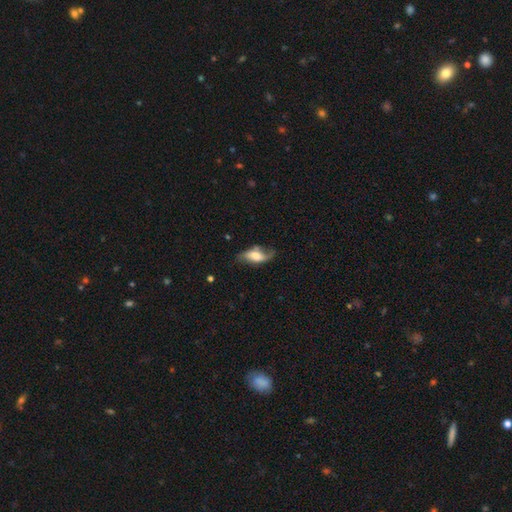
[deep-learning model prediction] This appears to be a featured or disk galaxy (49%). Merging: none (52%).